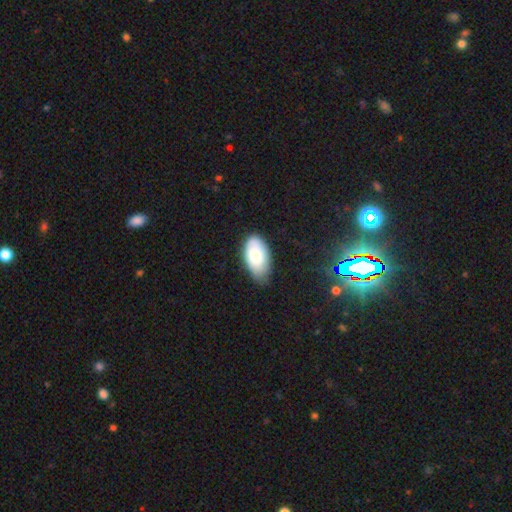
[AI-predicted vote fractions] Overall: smooth (76%). How rounded: in between (94%). Merging: none (67%).